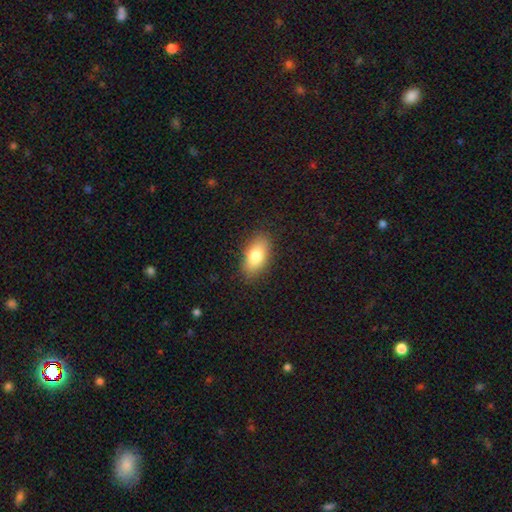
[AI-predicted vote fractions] Smooth or featured: smooth — 81% (featured or disk — 12%)
How rounded: in between — 90% (cigar-shaped — 6%)
Merging: none — 86% (minor disturbance — 11%)